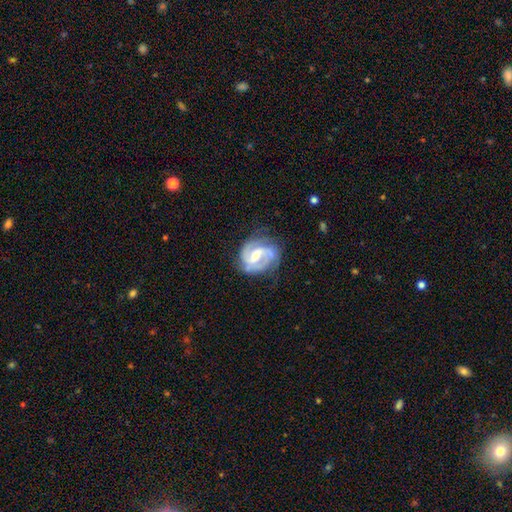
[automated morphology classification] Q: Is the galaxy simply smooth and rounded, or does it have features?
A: featured or disk — 85%.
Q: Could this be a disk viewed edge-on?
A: no — 98%.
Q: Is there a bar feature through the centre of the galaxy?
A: weak — 55%.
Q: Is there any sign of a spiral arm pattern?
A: yes — 96%.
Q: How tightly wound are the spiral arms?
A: medium — 51%.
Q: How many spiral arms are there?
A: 2 — 75%.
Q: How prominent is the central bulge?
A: moderate — 56%.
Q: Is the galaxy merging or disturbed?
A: none — 65%.